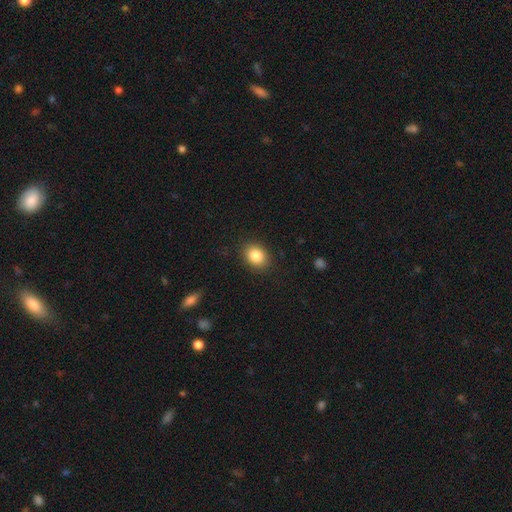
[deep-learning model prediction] This appears to be a smooth galaxy with no disk features (85%) that is in between round and cigar-shaped (58%). Merging: none (88%).